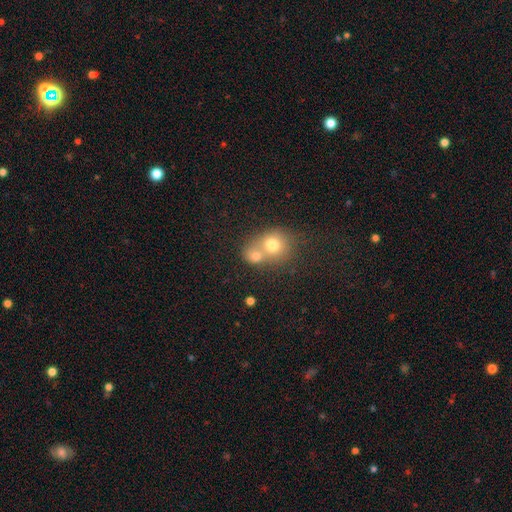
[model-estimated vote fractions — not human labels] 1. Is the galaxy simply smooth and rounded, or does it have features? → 73% smooth, 15% featured or disk, 12% star or artifact.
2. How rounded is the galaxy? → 70% round, 29% in between, 1% cigar-shaped.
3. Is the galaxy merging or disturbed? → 62% merger, 29% none, 6% minor disturbance, 3% major disturbance.